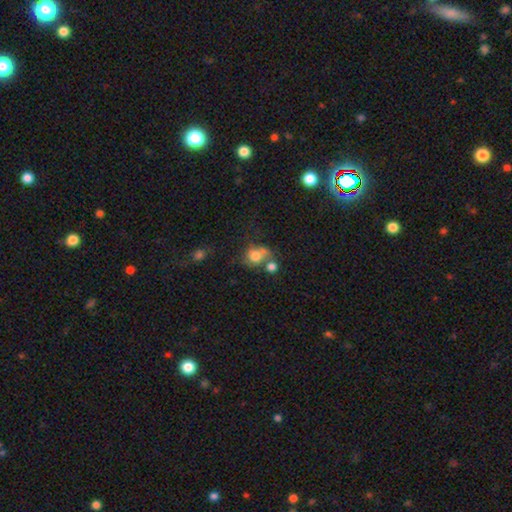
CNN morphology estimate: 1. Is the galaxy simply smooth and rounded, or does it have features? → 71% smooth, 17% featured or disk, 12% star or artifact.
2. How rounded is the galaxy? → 69% round, 30% in between, 1% cigar-shaped.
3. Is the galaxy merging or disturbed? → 38% merger, 36% none, 15% minor disturbance, 11% major disturbance.